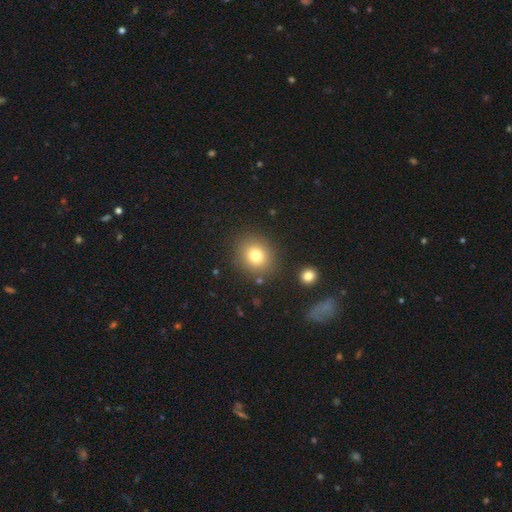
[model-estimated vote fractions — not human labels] Smooth or featured: smooth — 78% (star or artifact — 12%)
How rounded: round — 76% (in between — 24%)
Merging: none — 85% (minor disturbance — 8%)